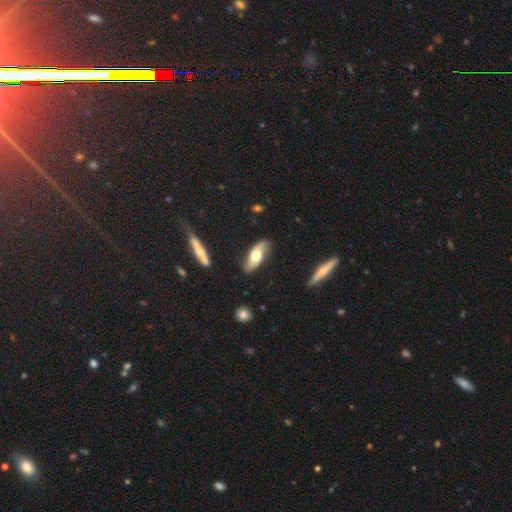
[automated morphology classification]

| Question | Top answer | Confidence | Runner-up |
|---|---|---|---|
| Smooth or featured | featured or disk | 53% | smooth (42%) |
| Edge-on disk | no | 75% | yes (25%) |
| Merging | none | 81% | minor disturbance (14%) |